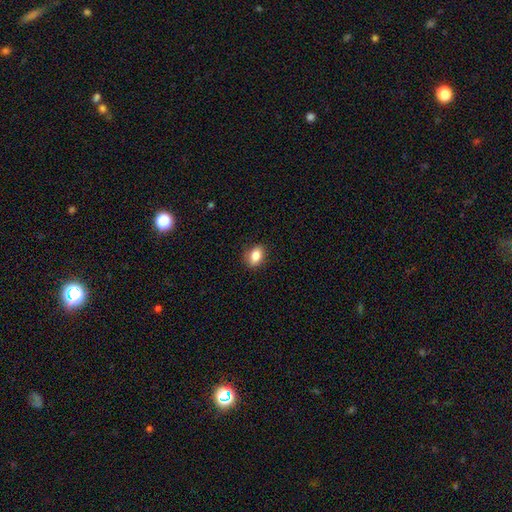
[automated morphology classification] smooth-or-featured: smooth: 85% | star or artifact: 9% | featured or disk: 7%
  how-rounded: in between: 77% | round: 21% | cigar-shaped: 2%
  merging: none: 87% | minor disturbance: 10% | major disturbance: 2% | merger: 1%